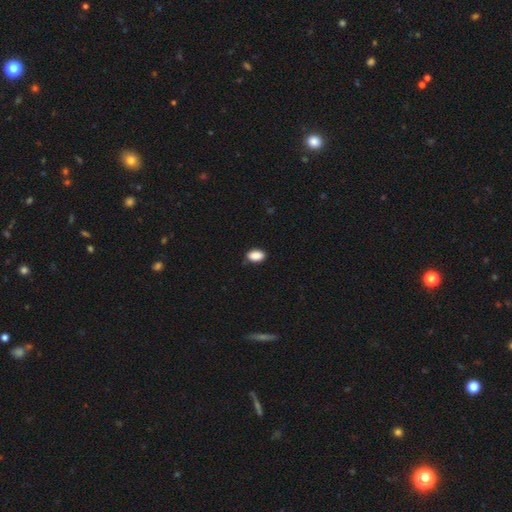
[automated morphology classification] type=smooth (90%); roundness=in between (91%); merging=none (84%).